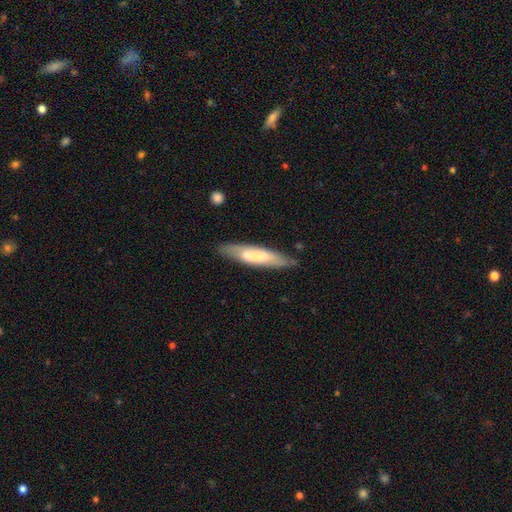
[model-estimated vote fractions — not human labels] Smooth or featured: smooth — 58% (featured or disk — 37%)
How rounded: cigar-shaped — 80% (in between — 18%)
Merging: none — 78% (minor disturbance — 16%)